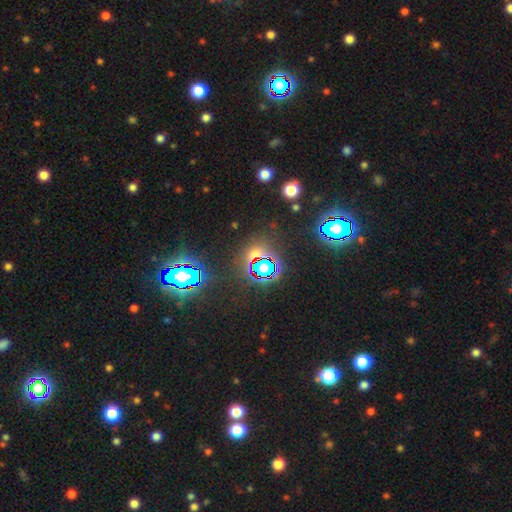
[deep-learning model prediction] The model was most divided on "smooth or featured": star or artifact: 67%, smooth: 24%, featured or disk: 9%.